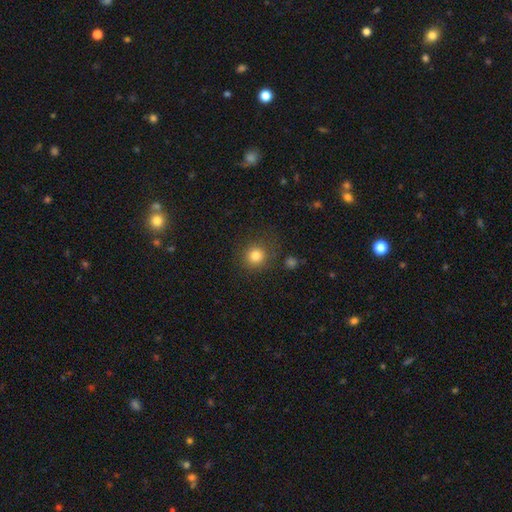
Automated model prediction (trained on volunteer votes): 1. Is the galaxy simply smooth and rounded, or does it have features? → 82% smooth, 12% star or artifact, 6% featured or disk.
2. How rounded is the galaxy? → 90% round, 9% in between, 1% cigar-shaped.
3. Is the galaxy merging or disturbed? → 81% none, 11% minor disturbance, 5% major disturbance, 3% merger.